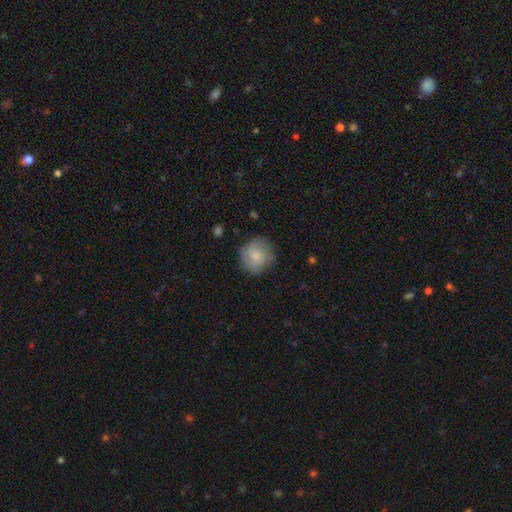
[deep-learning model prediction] Morphology: type=smooth (73%); roundness=round (88%); merging=none (74%).